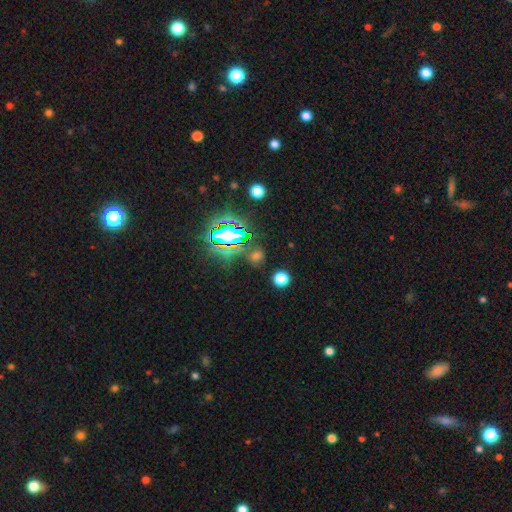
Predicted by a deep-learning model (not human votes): Morphology: type=star or artifact (49%).